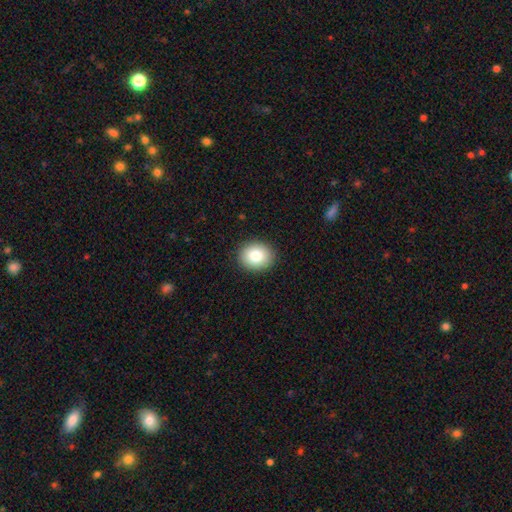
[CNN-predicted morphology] smooth_or_featured: smooth (p=0.82) [alt: star or artifact p=0.09]
how_rounded: round (p=0.63) [alt: in between p=0.36]
merging: none (p=0.90) [alt: minor disturbance p=0.07]